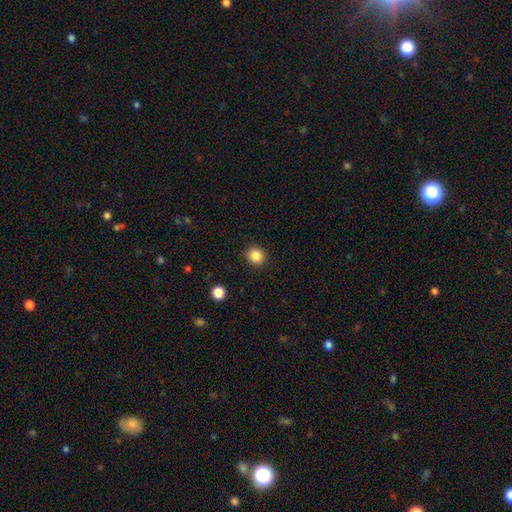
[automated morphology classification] Smooth or featured? Predicted: smooth (p=0.86). How rounded? Predicted: round (p=0.89). Merging? Predicted: none (p=0.91).